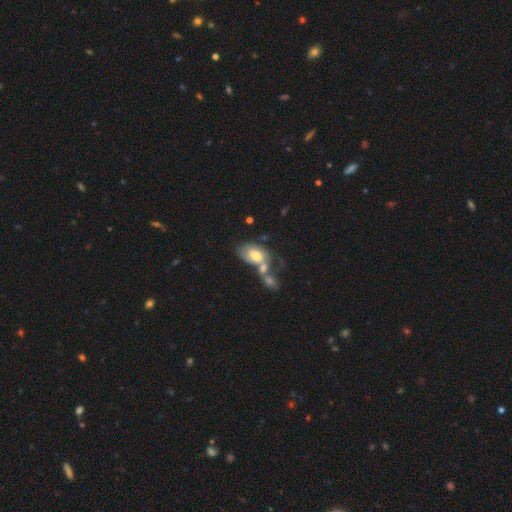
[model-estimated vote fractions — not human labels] Overall: smooth (47%; featured or disk 46%). Merging: merger (58%; none 19%).